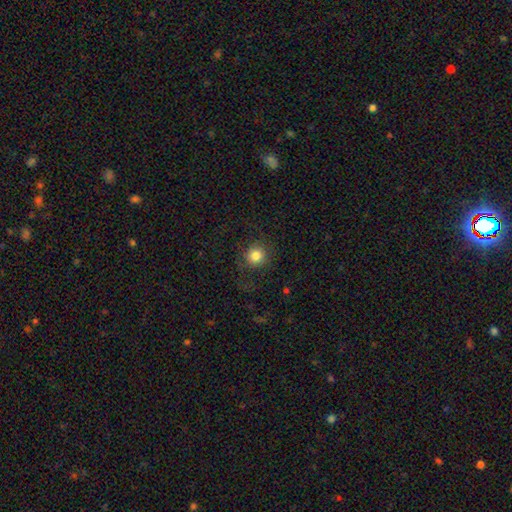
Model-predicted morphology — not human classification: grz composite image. It shows a smooth galaxy with no disk features (81%) that is round (93%). Merging: none (80%).